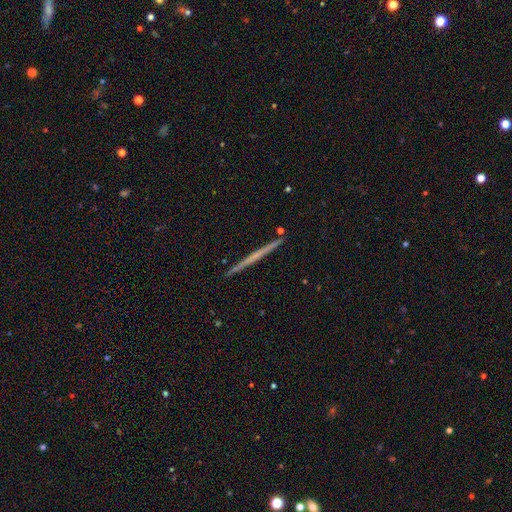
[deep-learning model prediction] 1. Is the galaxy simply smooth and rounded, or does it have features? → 63% featured or disk, 31% smooth, 6% star or artifact.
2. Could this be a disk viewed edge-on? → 98% yes, 2% no.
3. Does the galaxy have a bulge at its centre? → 82% none, 15% rounded, 4% boxy.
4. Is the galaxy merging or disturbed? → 92% none, 5% minor disturbance, 1% merger, 1% major disturbance.